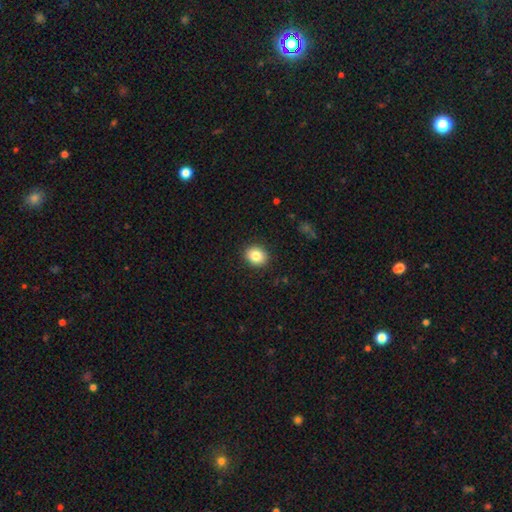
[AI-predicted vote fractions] Overall: smooth (85%). How rounded: round (62%; in between 37%). Merging: none (91%).